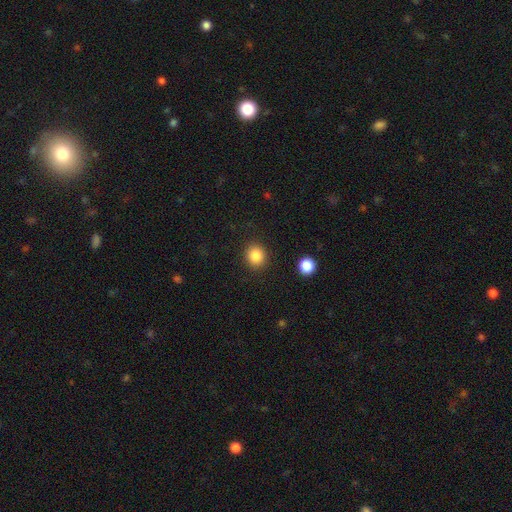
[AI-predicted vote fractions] Smooth or featured?
  - smooth: 86% *
  - star or artifact: 10%
  - featured or disk: 4%
How rounded?
  - round: 86% *
  - in between: 13%
  - cigar-shaped: 1%
Merging?
  - none: 89% *
  - minor disturbance: 7%
  - major disturbance: 3%
  - merger: 2%